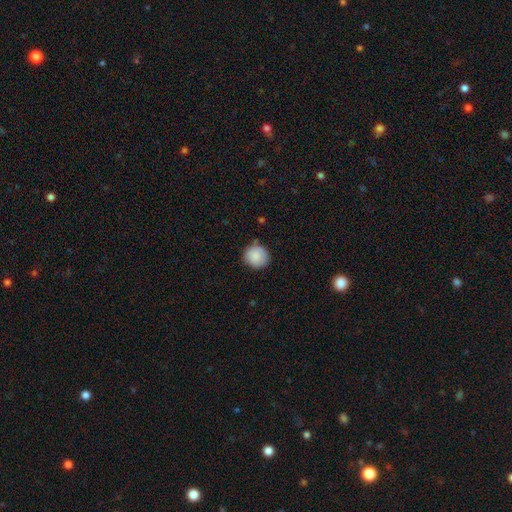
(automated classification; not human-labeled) Smooth or featured: smooth — 88% (star or artifact — 7%)
How rounded: round — 92% (in between — 7%)
Merging: none — 85% (minor disturbance — 11%)